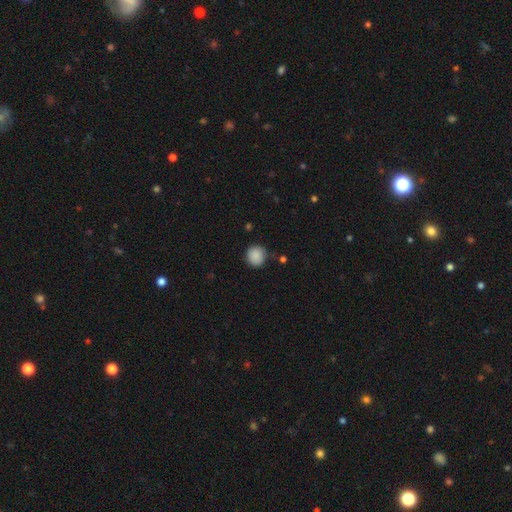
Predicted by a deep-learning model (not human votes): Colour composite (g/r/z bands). It shows a smooth galaxy with no disk features (89%) that is round (92%). Merging: none (83%).